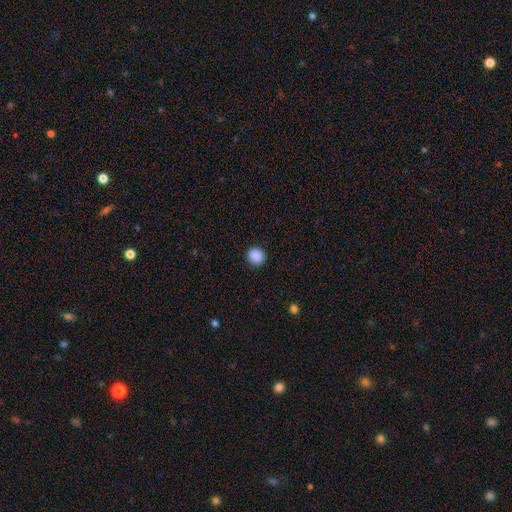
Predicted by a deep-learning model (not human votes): This is clearly a smooth galaxy (89%). How rounded: clearly round (89%). Merging: clearly none (91%).